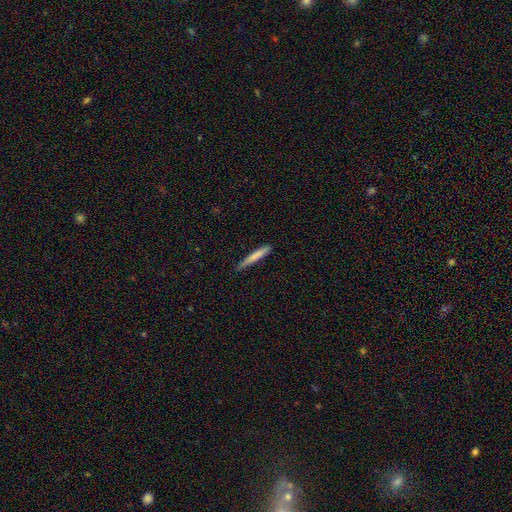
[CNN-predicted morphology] Smooth or featured? smooth (73%)
How rounded? cigar-shaped (96%)
Merging? none (84%)